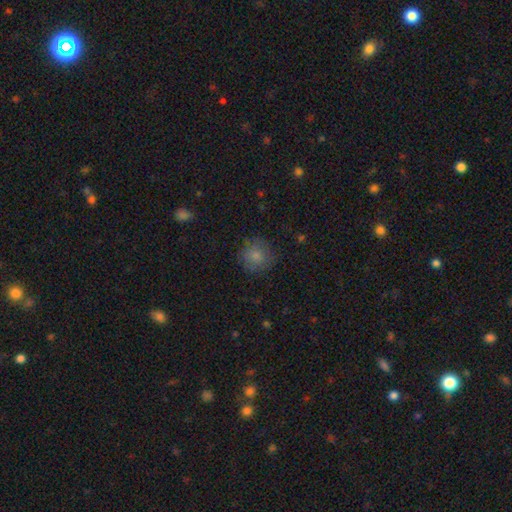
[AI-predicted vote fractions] Smooth or featured? smooth (81%)
How rounded? round (91%)
Merging? none (78%)